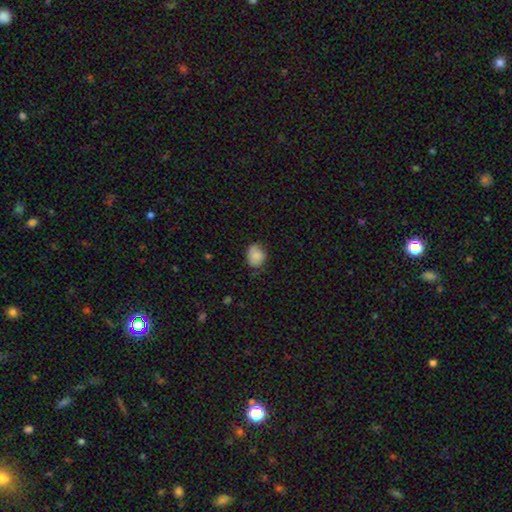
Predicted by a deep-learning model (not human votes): A smooth galaxy with no disk features (80%) that is round (52%). Merging: none (61%).